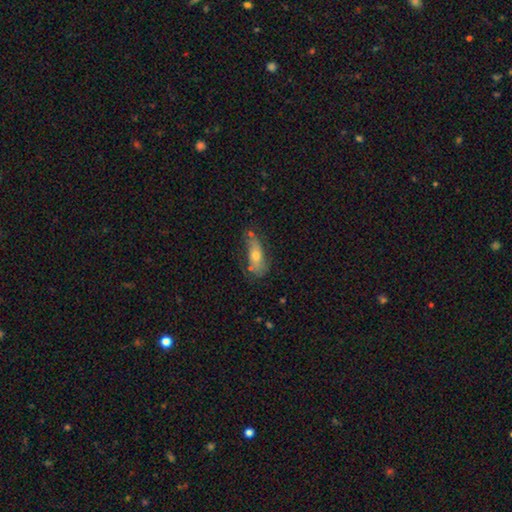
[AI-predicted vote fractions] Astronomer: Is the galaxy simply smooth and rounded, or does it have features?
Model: smooth — 56% (runner-up: featured or disk, 36%).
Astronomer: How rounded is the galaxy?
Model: in between — 69%.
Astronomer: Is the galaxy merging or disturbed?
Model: none — 55%.